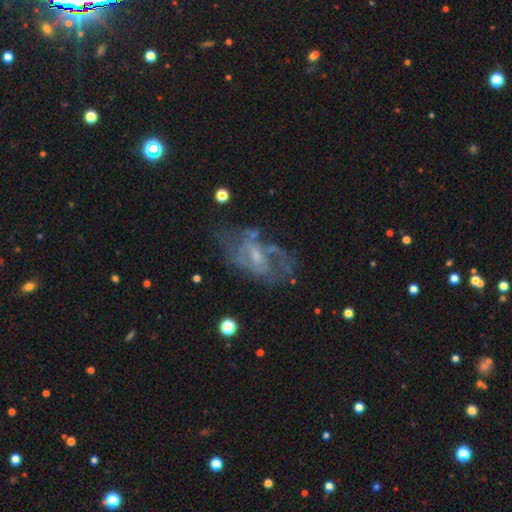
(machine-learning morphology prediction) Smooth or featured? Predicted: featured or disk (p=0.74). Edge-on disk? Predicted: no (p=0.95). Bar? Predicted: no (p=0.45). Spiral arms? Predicted: yes (p=0.62). Bulge size? Predicted: small (p=0.53). Merging? Predicted: none (p=0.51).